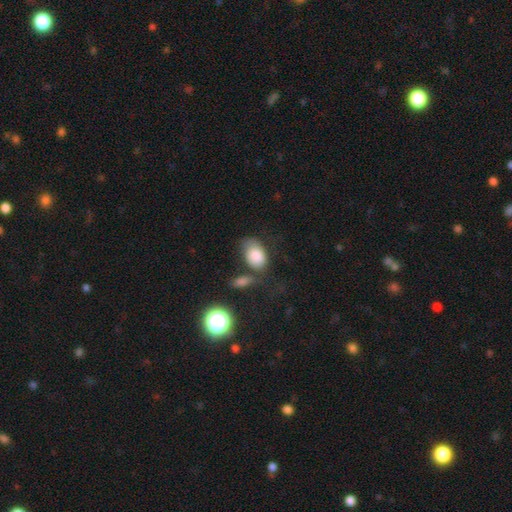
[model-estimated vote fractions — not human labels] Morphology: type=smooth (79%); roundness=in between (84%); merging=none (46%).